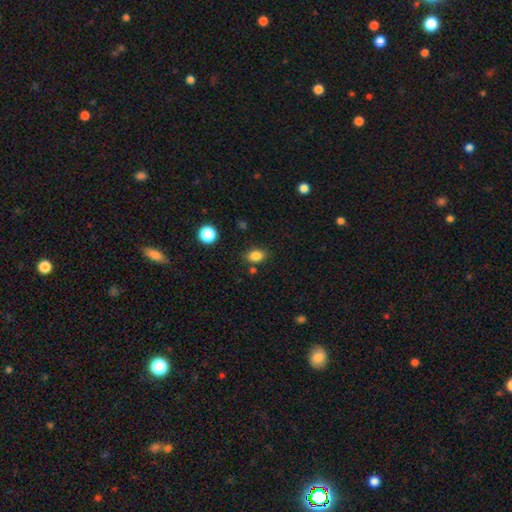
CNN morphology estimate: The model was most divided on "how rounded": in between: 72%, round: 27%, cigar-shaped: 1%. More confident: smooth or featured — smooth (85%); merging — none (81%).